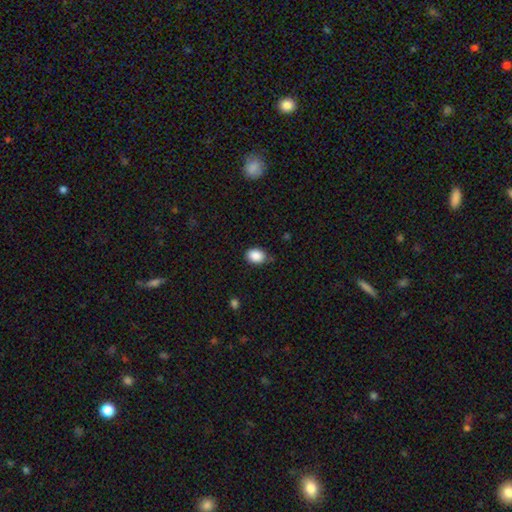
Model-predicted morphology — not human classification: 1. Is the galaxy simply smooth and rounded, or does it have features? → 88% smooth, 8% star or artifact, 4% featured or disk.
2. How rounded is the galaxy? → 69% in between, 30% round, 1% cigar-shaped.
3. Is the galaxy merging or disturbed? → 78% none, 17% minor disturbance, 3% major disturbance, 2% merger.